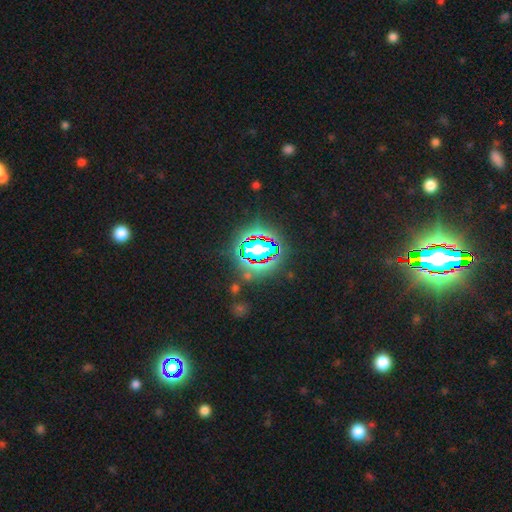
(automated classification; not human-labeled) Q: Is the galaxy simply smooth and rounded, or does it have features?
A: star or artifact — 81%.